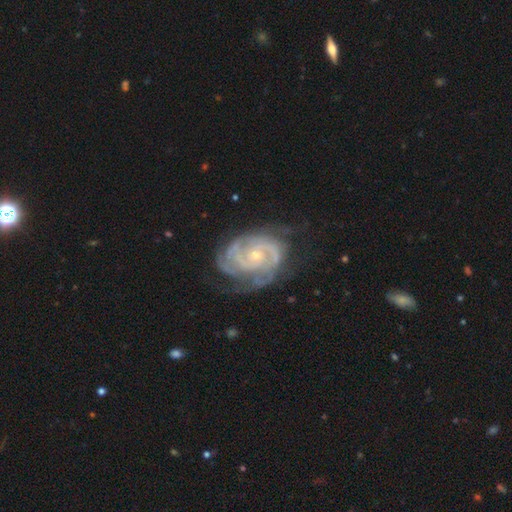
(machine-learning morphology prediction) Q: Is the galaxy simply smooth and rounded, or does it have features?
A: featured or disk — 89%.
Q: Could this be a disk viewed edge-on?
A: no — 97%.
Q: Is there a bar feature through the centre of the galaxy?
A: no — 71%.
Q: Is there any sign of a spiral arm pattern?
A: yes — 97%.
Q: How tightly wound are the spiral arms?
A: tight — 66%.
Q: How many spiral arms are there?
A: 2 — 33%.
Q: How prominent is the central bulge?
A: small — 72%.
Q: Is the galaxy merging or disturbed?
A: none — 63%.